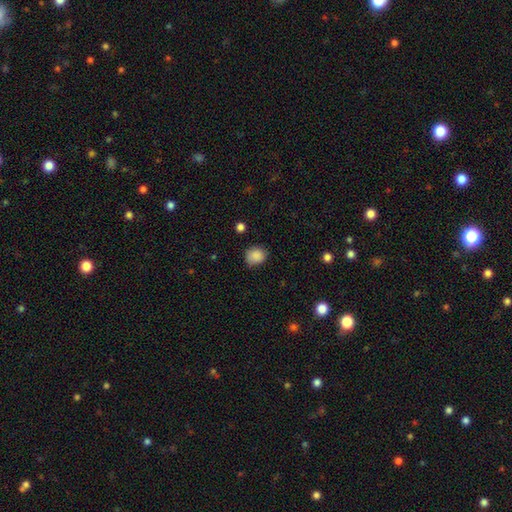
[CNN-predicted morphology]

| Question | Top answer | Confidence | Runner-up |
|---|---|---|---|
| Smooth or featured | smooth | 87% | star or artifact (9%) |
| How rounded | round | 67% | in between (32%) |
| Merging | none | 74% | minor disturbance (20%) |